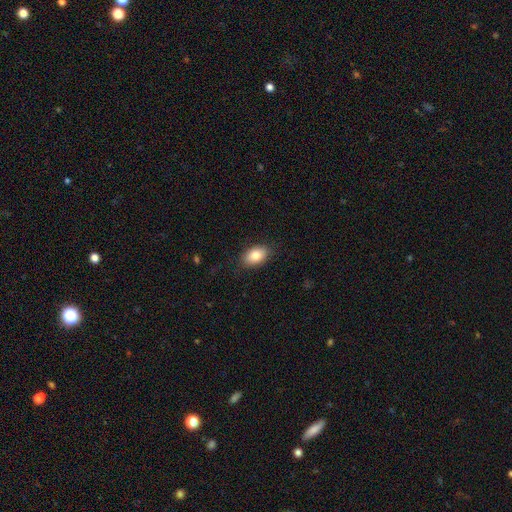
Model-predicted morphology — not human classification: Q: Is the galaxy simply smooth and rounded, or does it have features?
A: smooth — 83%.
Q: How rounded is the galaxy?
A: in between — 89%.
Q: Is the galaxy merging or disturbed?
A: none — 86%.